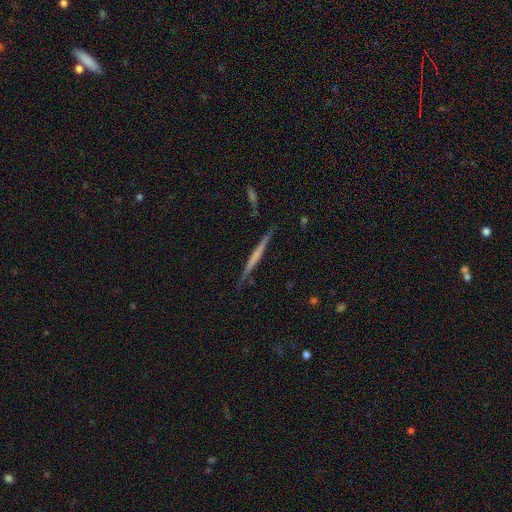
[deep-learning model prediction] smooth_or_featured: featured or disk (p=0.56) [alt: smooth p=0.37]
disk_edge_on: yes (p=0.97) [alt: no p=0.03]
edge_on_bulge: none (p=0.81) [alt: rounded p=0.11]
merging: none (p=0.86) [alt: minor disturbance p=0.10]